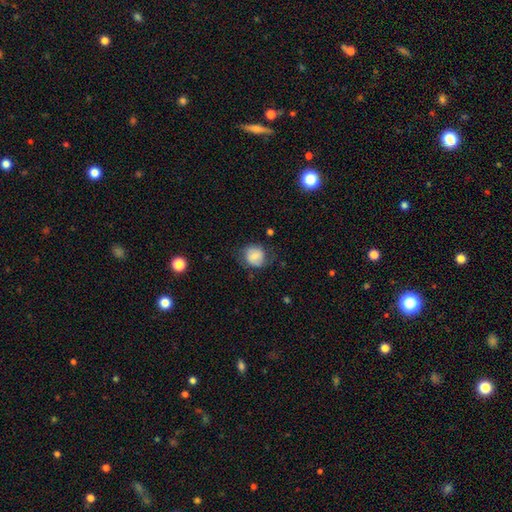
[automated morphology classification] smooth-or-featured: smooth: 71% | featured or disk: 21% | star or artifact: 8%
  how-rounded: round: 76% | in between: 23% | cigar-shaped: 1%
  merging: none: 64% | minor disturbance: 25% | major disturbance: 10% | merger: 2%